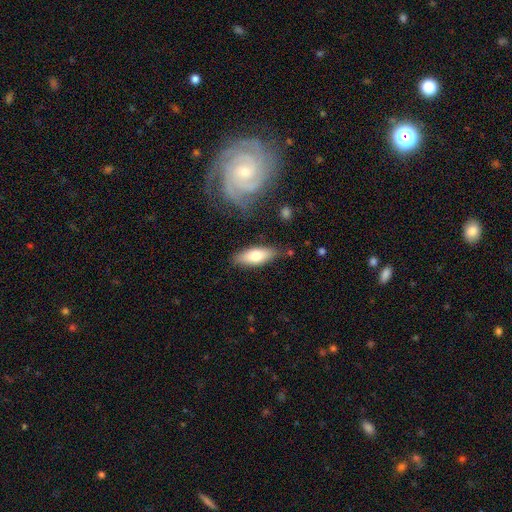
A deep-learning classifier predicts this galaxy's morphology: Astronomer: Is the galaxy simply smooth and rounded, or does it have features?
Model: smooth — 72%.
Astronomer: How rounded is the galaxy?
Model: in between — 71%.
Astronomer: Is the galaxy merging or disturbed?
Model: none — 81%.